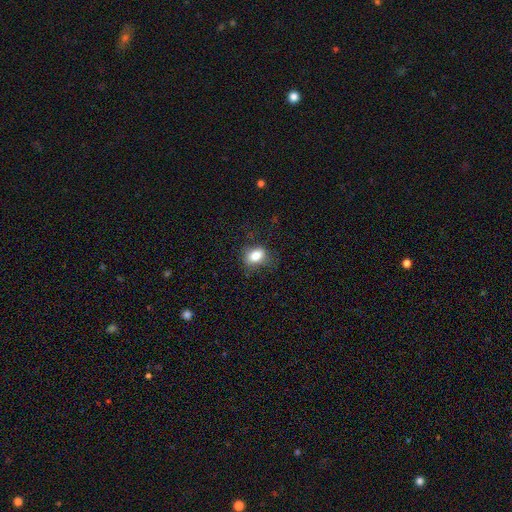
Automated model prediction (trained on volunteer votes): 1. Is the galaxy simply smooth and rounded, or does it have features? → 81% smooth, 10% star or artifact, 9% featured or disk.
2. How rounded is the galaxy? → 73% in between, 25% round, 2% cigar-shaped.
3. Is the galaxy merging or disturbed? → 72% none, 19% minor disturbance, 7% major disturbance, 1% merger.